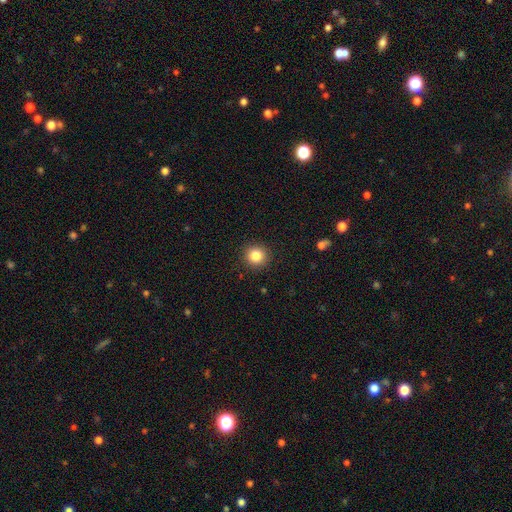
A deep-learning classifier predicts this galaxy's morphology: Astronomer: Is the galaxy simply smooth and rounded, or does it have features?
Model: smooth — 84%.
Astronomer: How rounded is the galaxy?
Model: round — 93%.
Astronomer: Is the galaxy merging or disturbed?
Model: none — 92%.